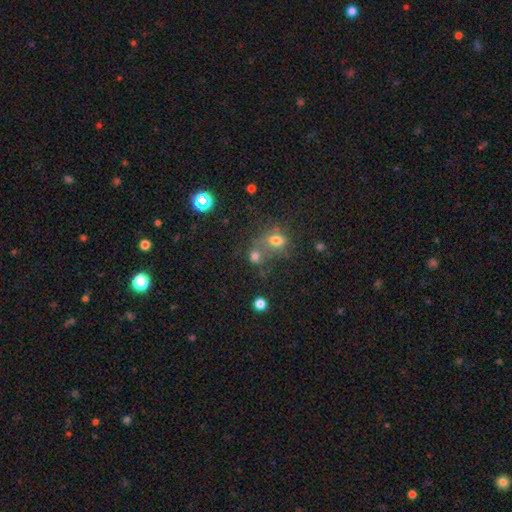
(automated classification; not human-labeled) This is likely a smooth galaxy (60%). How rounded: likely round (71%). Merging: marginally none (42%).